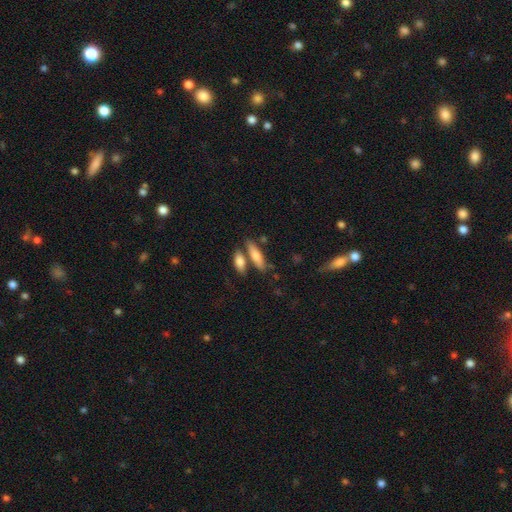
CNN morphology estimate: This appears to be a smooth galaxy with no disk features (73%) that is cigar-shaped (51%). Merging: none (59%).